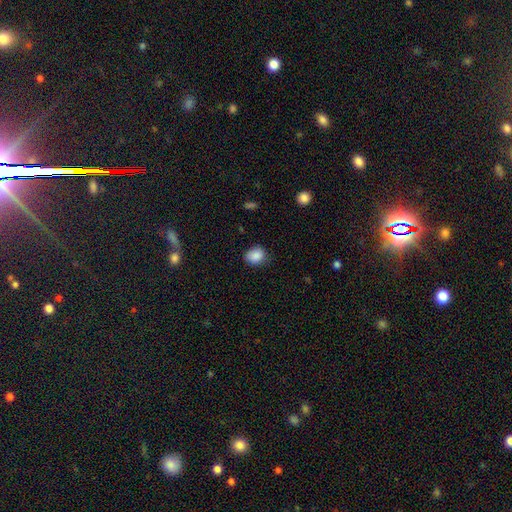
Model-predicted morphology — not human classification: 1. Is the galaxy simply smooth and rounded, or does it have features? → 87% smooth, 8% star or artifact, 4% featured or disk.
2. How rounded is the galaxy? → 50% in between (tied), 50% round (tied), 1% cigar-shaped.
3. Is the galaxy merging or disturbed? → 73% none, 22% minor disturbance, 4% major disturbance, 1% merger.